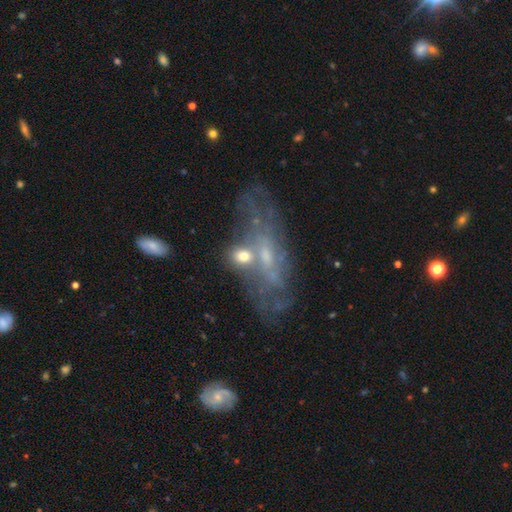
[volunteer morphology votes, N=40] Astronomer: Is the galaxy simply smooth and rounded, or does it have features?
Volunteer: featured or disk — 72%.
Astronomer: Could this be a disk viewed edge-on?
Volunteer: no — 83%.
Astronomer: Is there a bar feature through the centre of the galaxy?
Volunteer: no — 71%.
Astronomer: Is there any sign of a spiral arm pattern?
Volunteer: yes — 54% (runner-up: no, 46%).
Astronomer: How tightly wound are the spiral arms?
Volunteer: medium — 46% (runner-up: tight, 38%).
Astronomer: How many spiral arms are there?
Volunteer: can't tell — 62%.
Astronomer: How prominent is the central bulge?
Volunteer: small — 75%.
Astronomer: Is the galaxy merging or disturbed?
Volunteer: none — 65%.